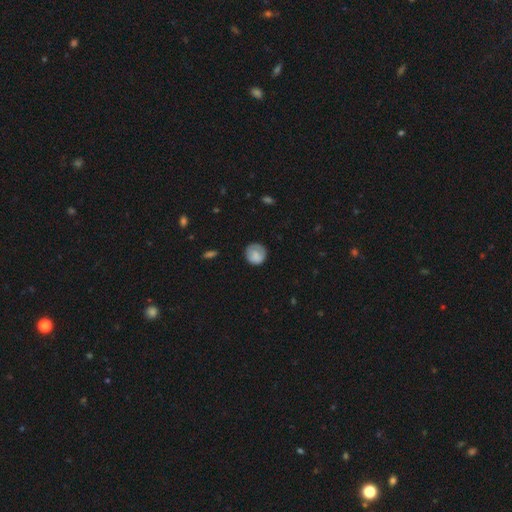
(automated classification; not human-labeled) The model was most divided on "merging": none: 73%, minor disturbance: 19%, major disturbance: 6%, merger: 1%. More confident: how rounded — round (89%); smooth or featured — smooth (80%).